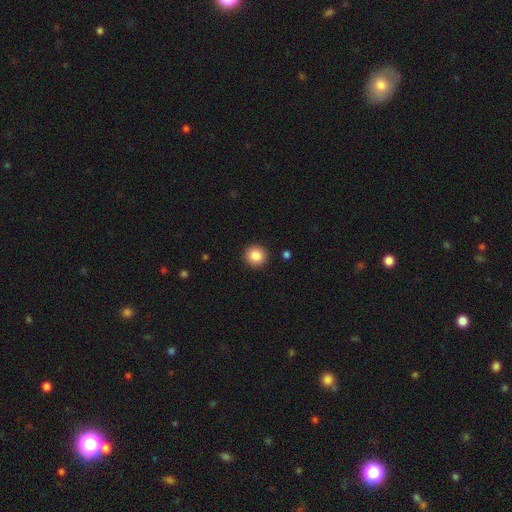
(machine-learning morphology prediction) This appears to be a smooth galaxy with no disk features (87%) that is round (94%). Merging: none (92%).